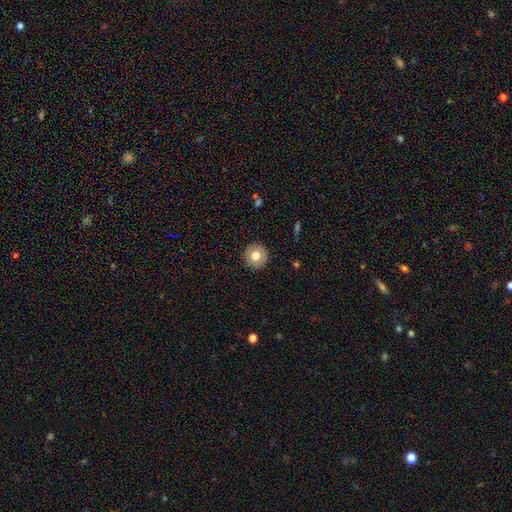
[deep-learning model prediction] Smooth or featured? smooth (77%)
How rounded? round (95%)
Merging? none (92%)